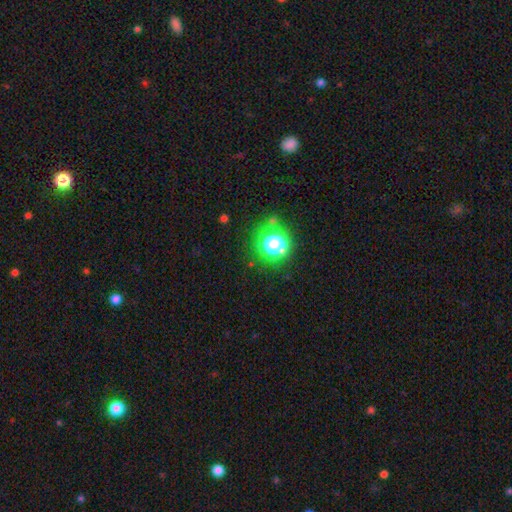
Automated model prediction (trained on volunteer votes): Morphology: type=star or artifact (68%).